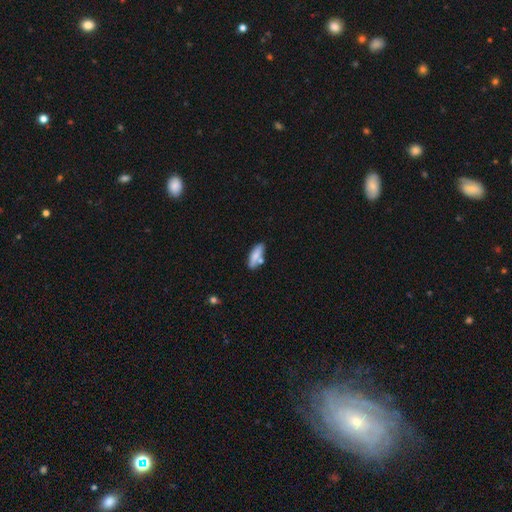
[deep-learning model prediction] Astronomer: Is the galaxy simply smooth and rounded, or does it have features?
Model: smooth — 76%.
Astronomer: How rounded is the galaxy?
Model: in between — 57% (runner-up: cigar-shaped, 40%).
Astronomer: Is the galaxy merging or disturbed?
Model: none — 64%.